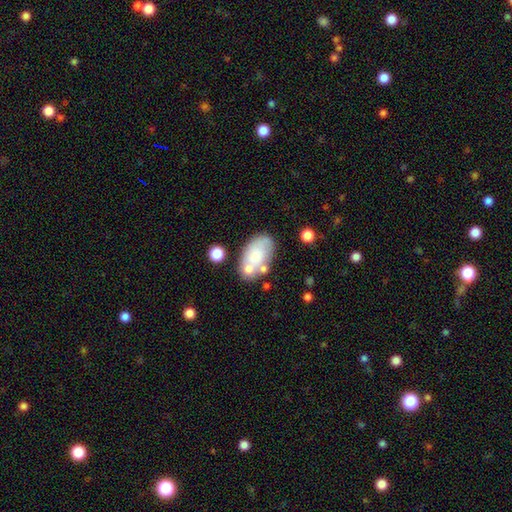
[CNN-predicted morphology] The model was most divided on "merging": none: 50%, merger: 21%, minor disturbance: 20%, major disturbance: 9%. More confident: how rounded — in between (92%); smooth or featured — smooth (68%).